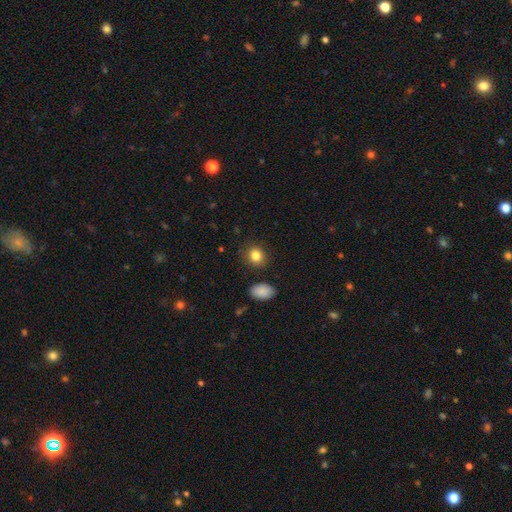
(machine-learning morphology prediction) The model was most divided on "how rounded": round: 61%, in between: 38%, cigar-shaped: 1%. More confident: merging — none (86%); smooth or featured — smooth (84%).